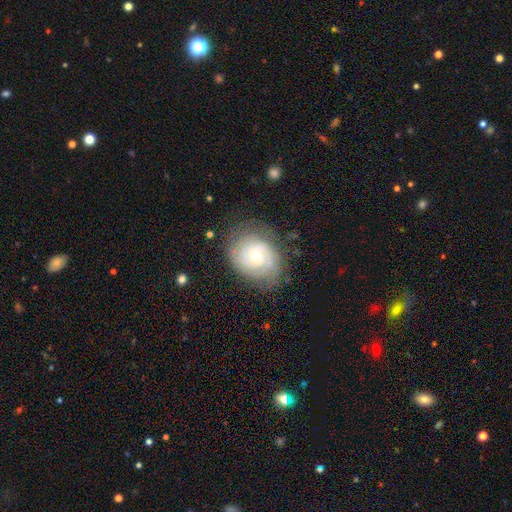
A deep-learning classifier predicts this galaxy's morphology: Smooth or featured?
  - featured or disk: 79% *
  - smooth: 15%
  - star or artifact: 7%
Edge-on disk?
  - no: 97% *
  - yes: 3%
Bar?
  - no: 69% *
  - weak: 27%
  - strong: 5%
Spiral arms?
  - yes: 92% *
  - no: 8%
Spiral winding?
  - tight: 65% *
  - medium: 27%
  - loose: 7%
Spiral arm count?
  - 2: 41% *
  - can't tell: 31%
  - 3: 14%
  - 4: 5%
  - 1: 5%
  - more than 4: 4%
Bulge size?
  - small: 54% *
  - moderate: 42%
  - large: 2%
  - none: 1%
  - dominant: 1%
Merging?
  - none: 76% *
  - minor disturbance: 16%
  - major disturbance: 7%
  - merger: 1%